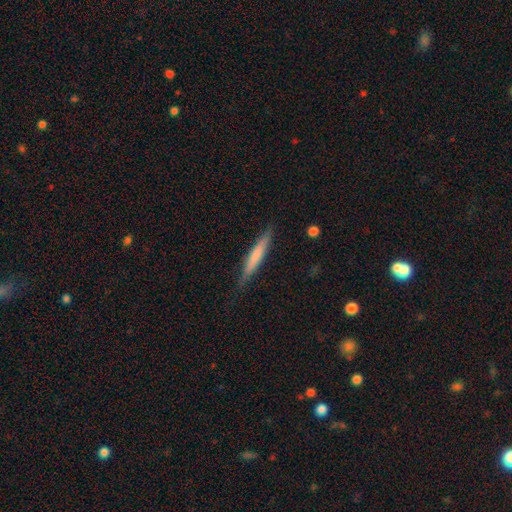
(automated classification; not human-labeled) The model was most divided on "smooth or featured": smooth: 63%, featured or disk: 31%, star or artifact: 6%. More confident: how rounded — cigar-shaped (93%); merging — none (84%).